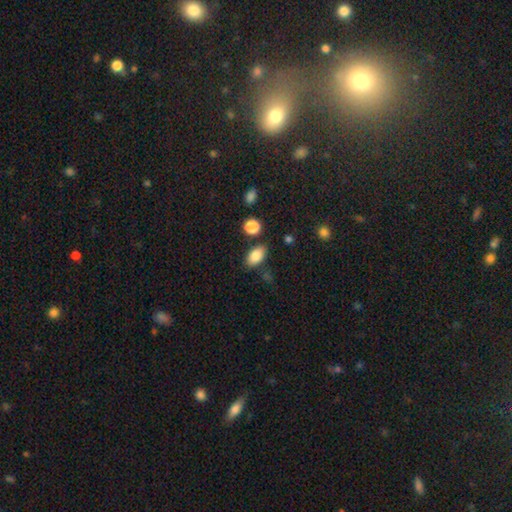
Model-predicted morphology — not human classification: A smooth galaxy with no disk features (85%) that is in between round and cigar-shaped (90%). Merging: none (81%).